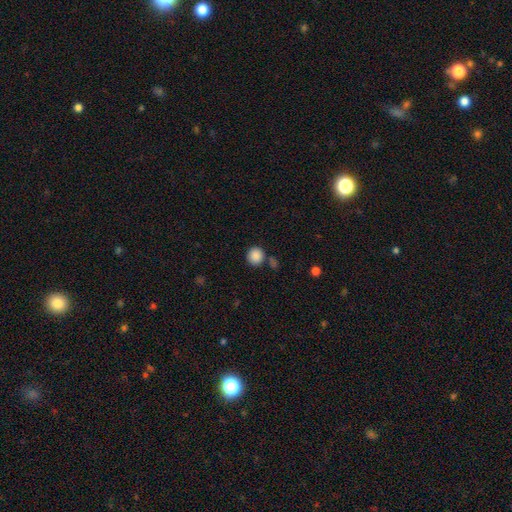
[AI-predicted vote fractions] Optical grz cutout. It shows a smooth galaxy with no disk features (88%) that is round (87%). Merging: none (76%).